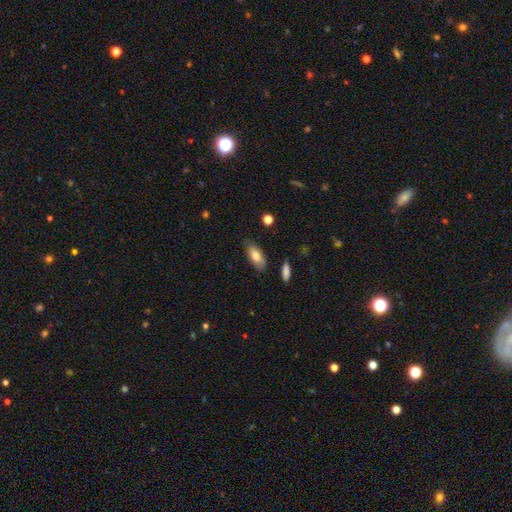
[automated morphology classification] smooth_or_featured: smooth (p=0.79) [alt: featured or disk p=0.14]
how_rounded: in between (p=0.85) [alt: cigar-shaped p=0.12]
merging: none (p=0.78) [alt: minor disturbance p=0.17]